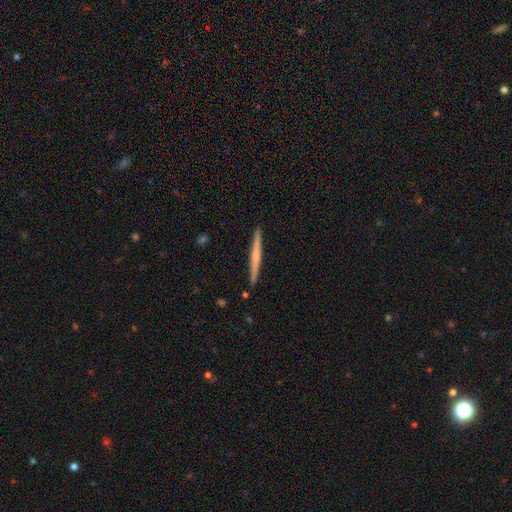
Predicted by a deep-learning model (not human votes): smooth-or-featured: featured or disk: 50% | smooth: 45% | star or artifact: 5%
  disk-edge-on: yes: 98% | no: 2%
  merging: none: 92% | minor disturbance: 6% | merger: 1% | major disturbance: 1%